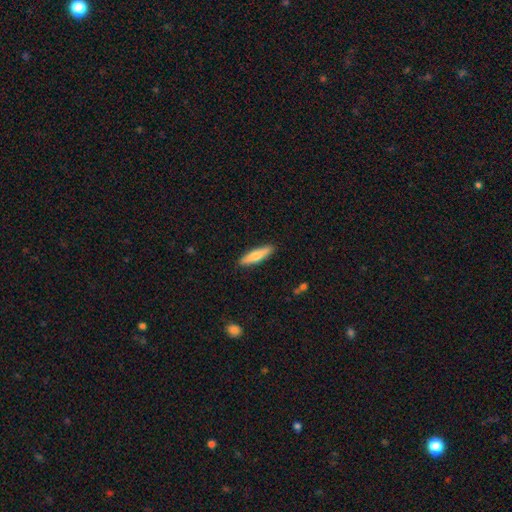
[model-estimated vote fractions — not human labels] The model was most divided on "smooth or featured": smooth: 65%, featured or disk: 29%, star or artifact: 5%. More confident: merging — none (90%); how rounded — cigar-shaped (79%).